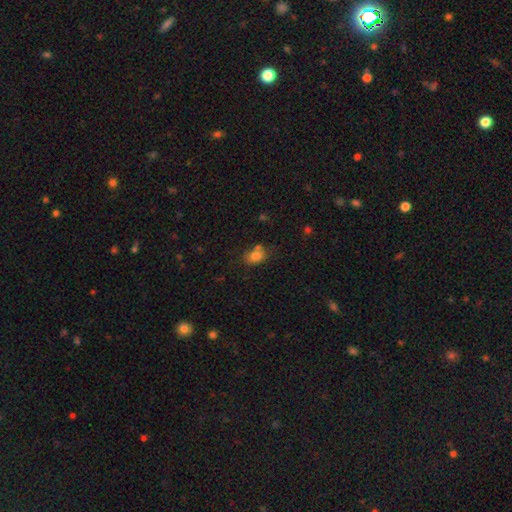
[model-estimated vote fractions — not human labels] Smooth or featured?
  - smooth: 80% *
  - star or artifact: 11%
  - featured or disk: 9%
How rounded?
  - in between: 71% *
  - round: 28%
  - cigar-shaped: 1%
Merging?
  - none: 60% *
  - merger: 17%
  - minor disturbance: 17%
  - major disturbance: 5%